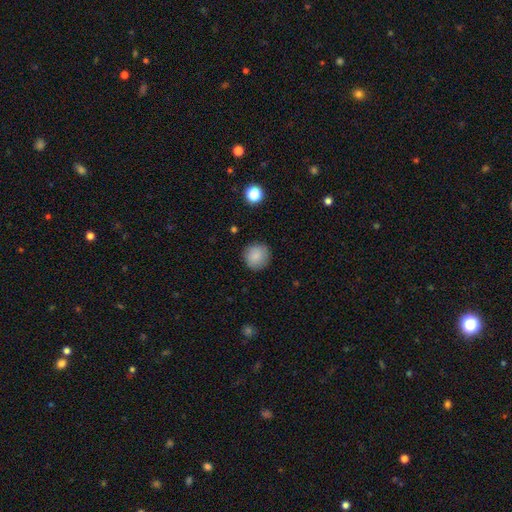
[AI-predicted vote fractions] A smooth galaxy with no disk features (86%) that is round (94%). Merging: none (88%).